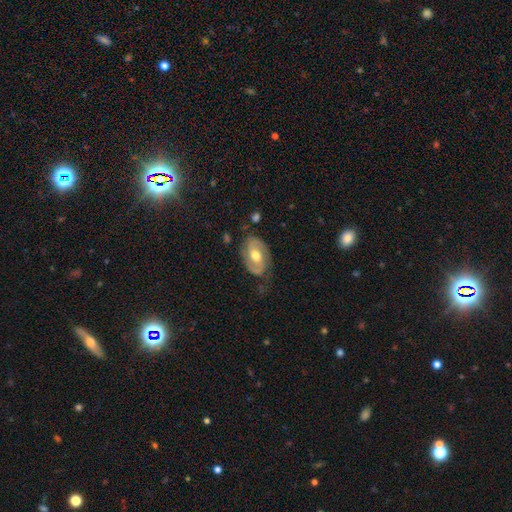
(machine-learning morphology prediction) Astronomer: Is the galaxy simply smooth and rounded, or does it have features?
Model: featured or disk — 73%.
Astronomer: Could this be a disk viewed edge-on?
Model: no — 96%.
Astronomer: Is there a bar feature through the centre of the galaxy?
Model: no — 42% (runner-up: weak, 40%).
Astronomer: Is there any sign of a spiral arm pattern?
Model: yes — 85%.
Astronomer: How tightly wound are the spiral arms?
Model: medium — 44% (runner-up: tight, 34%).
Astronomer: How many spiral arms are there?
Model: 2 — 82%.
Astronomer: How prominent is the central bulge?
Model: moderate — 76%.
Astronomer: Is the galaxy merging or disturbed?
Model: none — 68%.